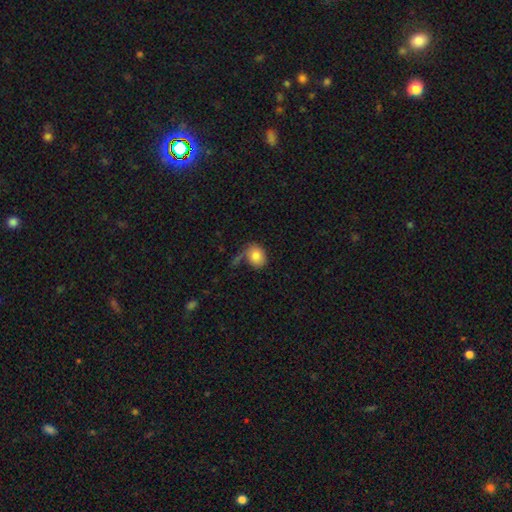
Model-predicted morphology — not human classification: This appears to be a smooth galaxy with no disk features (81%) that is in between round and cigar-shaped (53%). Merging: none (50%).